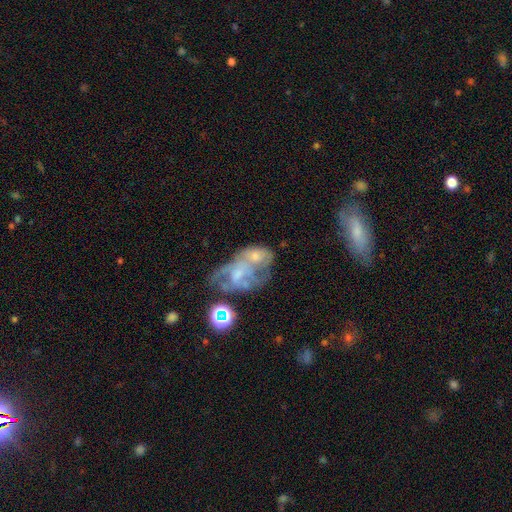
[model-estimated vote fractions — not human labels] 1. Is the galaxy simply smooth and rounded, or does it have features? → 52% featured or disk, 36% smooth, 12% star or artifact.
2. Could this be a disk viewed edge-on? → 96% no, 4% yes.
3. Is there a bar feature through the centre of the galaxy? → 81% no, 15% weak, 4% strong.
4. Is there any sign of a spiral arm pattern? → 70% no, 30% yes.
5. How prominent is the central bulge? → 33% moderate, 31% none, 27% small, 7% large, 2% dominant.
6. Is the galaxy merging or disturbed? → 52% merger, 19% major disturbance, 17% none, 11% minor disturbance.